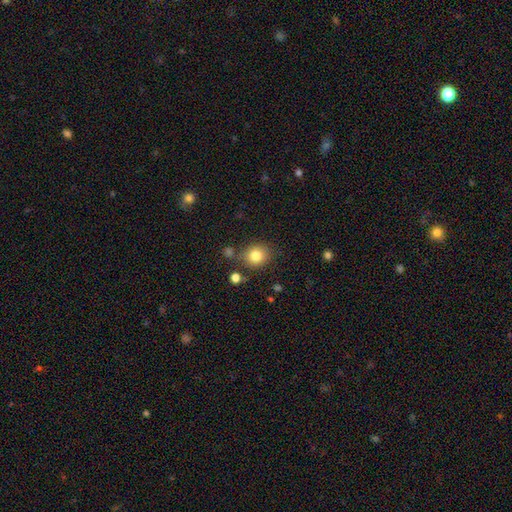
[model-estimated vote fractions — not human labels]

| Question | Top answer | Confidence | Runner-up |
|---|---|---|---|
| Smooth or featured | smooth | 82% | star or artifact (10%) |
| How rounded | round | 75% | in between (24%) |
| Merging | none | 78% | minor disturbance (12%) |